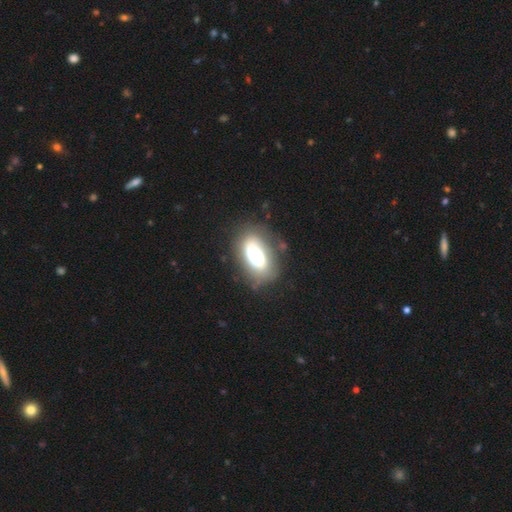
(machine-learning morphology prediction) smooth-or-featured: smooth: 52% | featured or disk: 40% | star or artifact: 8%
  how-rounded: in between: 91% | round: 6% | cigar-shaped: 3%
  merging: none: 64% | minor disturbance: 22% | major disturbance: 11% | merger: 3%